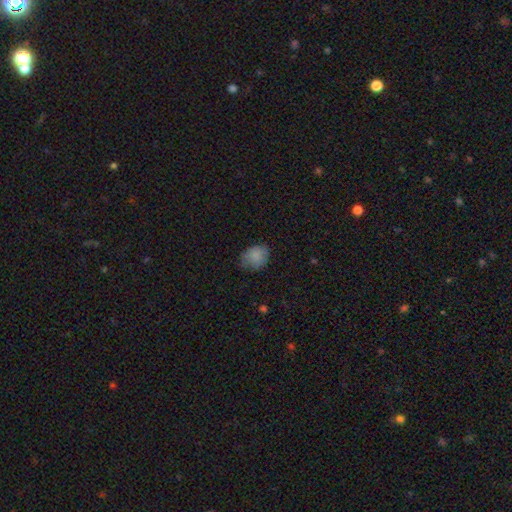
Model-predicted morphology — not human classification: type=smooth (83%); roundness=in between (51%); merging=none (63%).